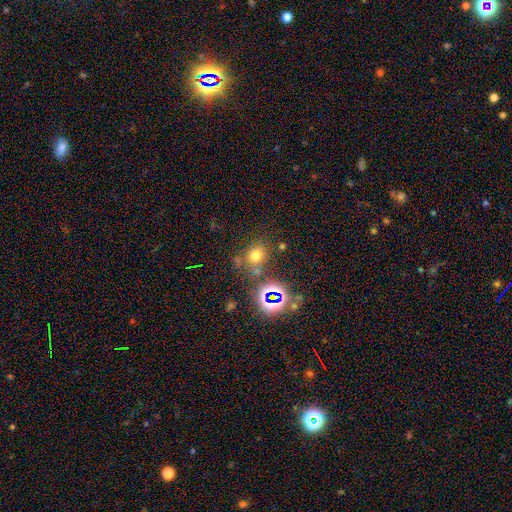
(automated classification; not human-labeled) The model was most divided on "smooth or featured": smooth: 64%, star or artifact: 26%, featured or disk: 9%. More confident: how rounded — round (70%); merging — none (69%).